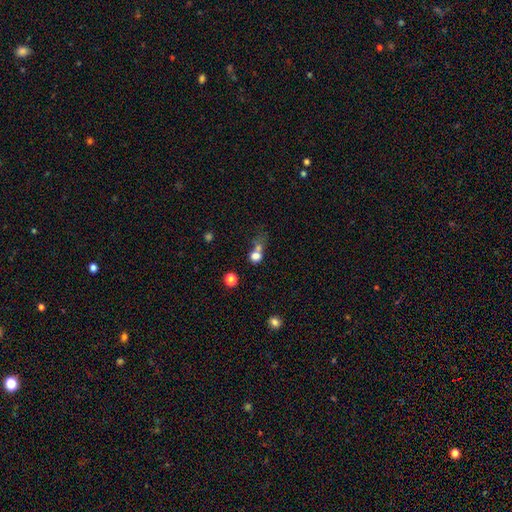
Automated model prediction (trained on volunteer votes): Overall: smooth (72%). How rounded: round (75%). Merging: merger (45%; none 33%).